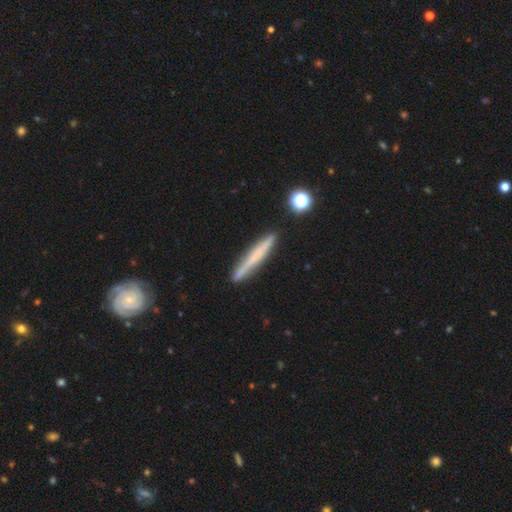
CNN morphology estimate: smooth_or_featured: smooth (p=0.52) [alt: featured or disk p=0.41]
how_rounded: cigar-shaped (p=0.96) [alt: in between p=0.03]
merging: none (p=0.88) [alt: minor disturbance p=0.08]